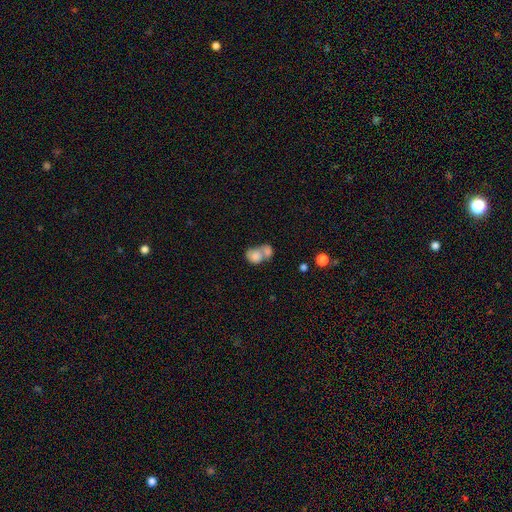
Overall: smooth (85%). How rounded: round (74%). Merging: merger (84%).